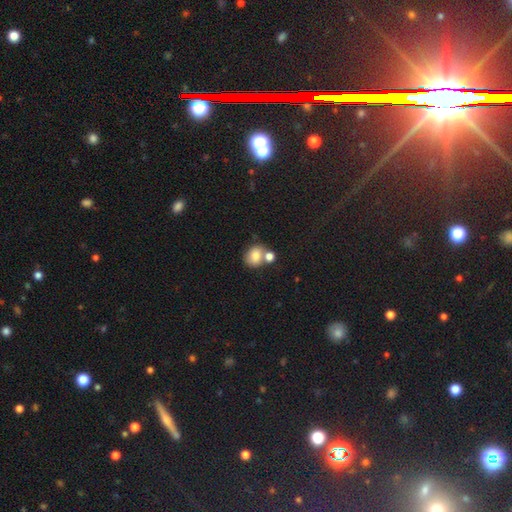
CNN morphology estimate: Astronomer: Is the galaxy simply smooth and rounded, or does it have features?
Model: smooth — 80%.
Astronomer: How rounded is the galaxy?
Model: round — 56% (runner-up: in between, 43%).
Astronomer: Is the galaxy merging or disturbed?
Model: none — 48% (runner-up: merger, 36%).